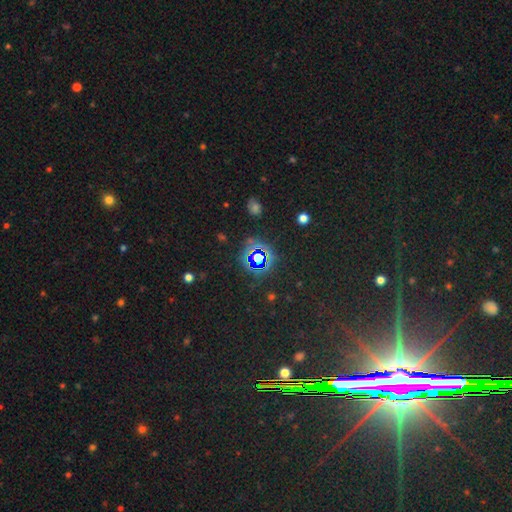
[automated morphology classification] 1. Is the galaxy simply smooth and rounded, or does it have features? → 73% star or artifact, 17% smooth, 10% featured or disk.